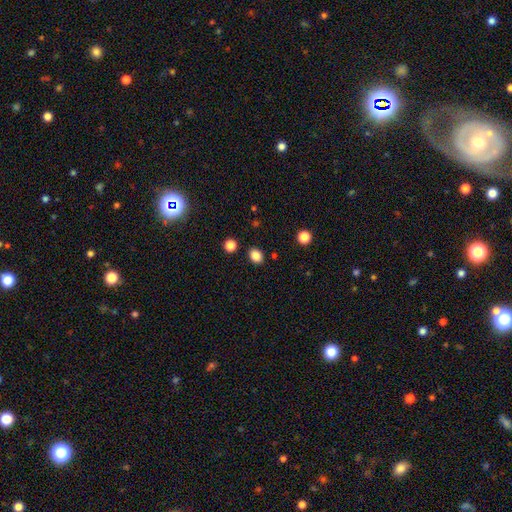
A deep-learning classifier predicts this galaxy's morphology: The model was most divided on "how rounded": in between: 55%, round: 44%, cigar-shaped: 1%. More confident: merging — none (87%); smooth or featured — smooth (85%).